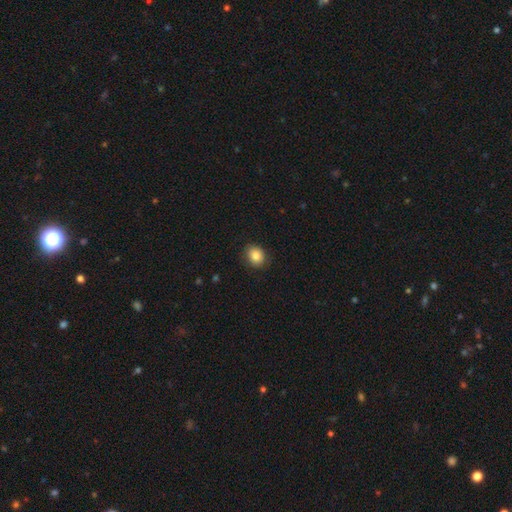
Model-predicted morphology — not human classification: Q: Smooth or featured?
A: smooth (85%); runner-up: star or artifact (9%)
Q: How rounded?
A: round (58%); runner-up: in between (41%)
Q: Merging?
A: none (86%); runner-up: minor disturbance (10%)